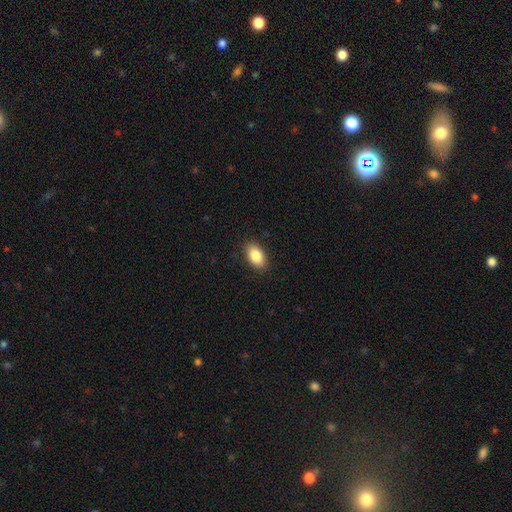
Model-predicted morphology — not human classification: Smooth or featured: smooth — 87% (star or artifact — 7%)
How rounded: in between — 93% (round — 5%)
Merging: none — 89% (minor disturbance — 8%)